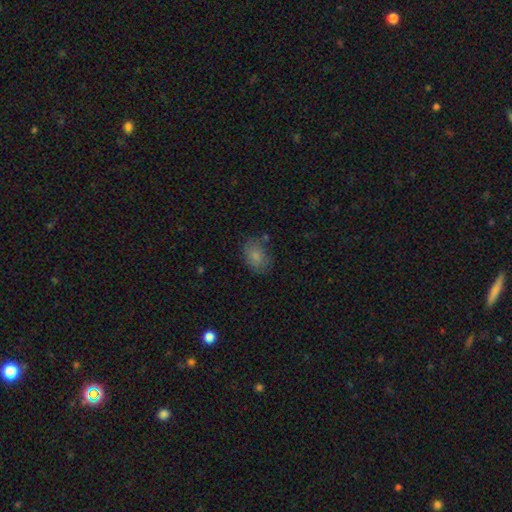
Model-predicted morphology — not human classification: This appears to be a smooth galaxy with no disk features (80%) that is in between round and cigar-shaped (70%). Merging: none (65%).